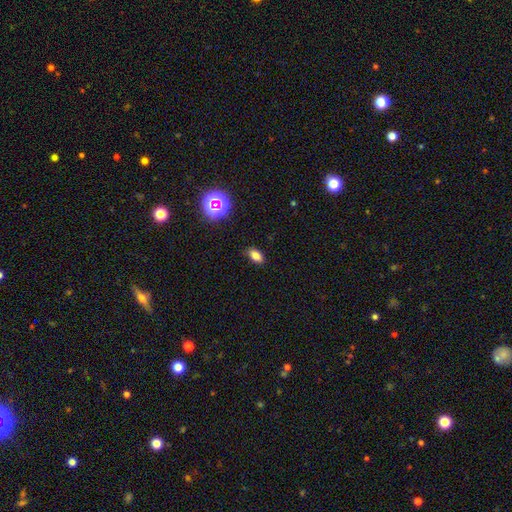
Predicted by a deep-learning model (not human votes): Smooth or featured?
  - smooth: 78% *
  - star or artifact: 14%
  - featured or disk: 7%
How rounded?
  - in between: 88% *
  - round: 9%
  - cigar-shaped: 4%
Merging?
  - none: 84% *
  - minor disturbance: 13%
  - major disturbance: 3%
  - merger: 1%